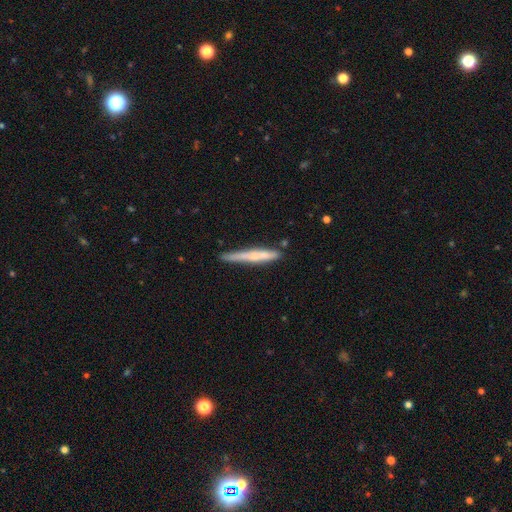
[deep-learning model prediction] This appears to be a smooth galaxy with no disk features (53%) that is cigar-shaped (96%). Merging: none (76%).